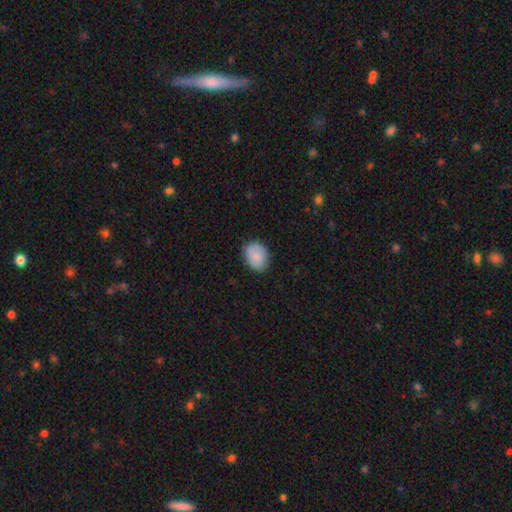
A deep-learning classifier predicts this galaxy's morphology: Overall: smooth (84%). How rounded: in between (68%; round 31%). Merging: none (81%).